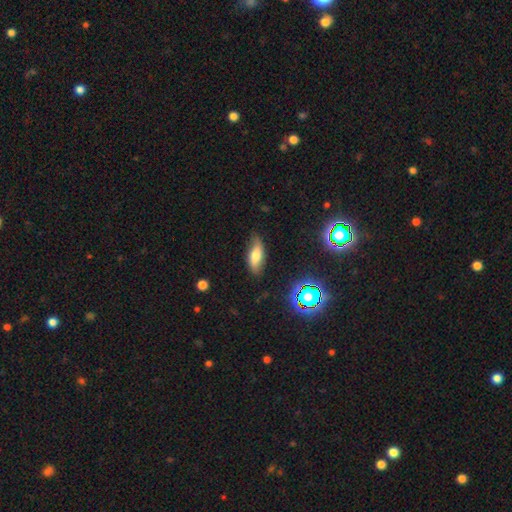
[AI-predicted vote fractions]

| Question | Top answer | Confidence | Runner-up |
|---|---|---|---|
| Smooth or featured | smooth | 66% | featured or disk (23%) |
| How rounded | in between | 76% | cigar-shaped (21%) |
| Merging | none | 72% | minor disturbance (22%) |